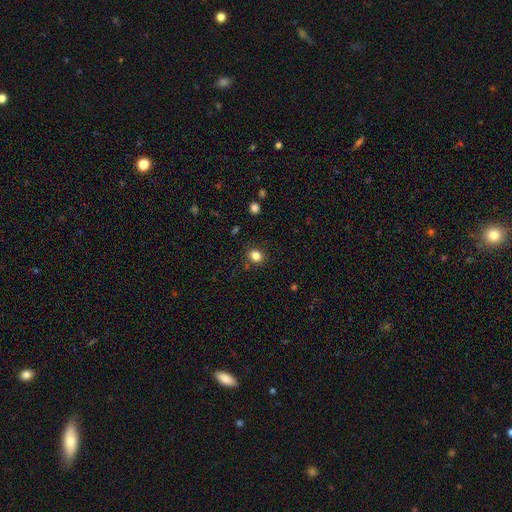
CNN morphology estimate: smooth-or-featured: smooth: 84% | star or artifact: 12% | featured or disk: 5%
  how-rounded: round: 71% | in between: 29% | cigar-shaped: 1%
  merging: none: 86% | minor disturbance: 9% | major disturbance: 3% | merger: 2%